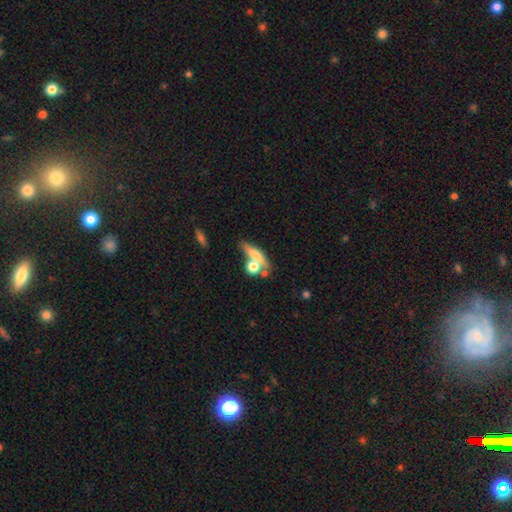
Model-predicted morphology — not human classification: The model was most divided on "how rounded": cigar-shaped: 49%, in between: 31%, round: 20%. More confident: smooth or featured — smooth (57%); merging — none (52%).